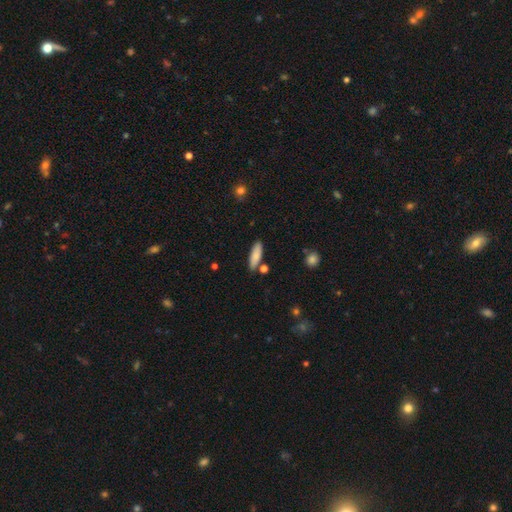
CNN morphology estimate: The model was most divided on "how rounded": cigar-shaped: 53%, in between: 45%, round: 2%. More confident: smooth or featured — smooth (82%); merging — none (81%).